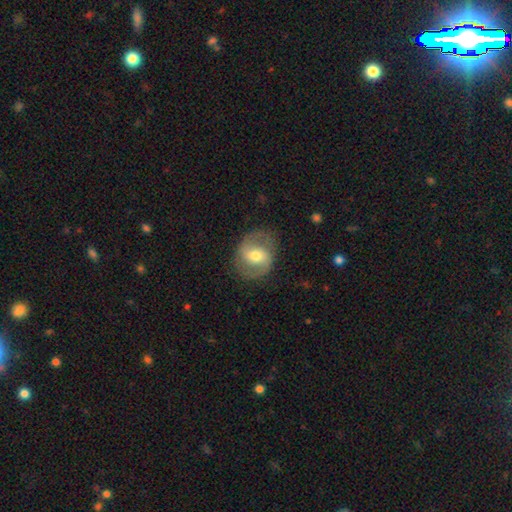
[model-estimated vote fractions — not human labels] A featured or disk galaxy (65%) with a weak bar (45%), 2 (88%) medium (49%) spiral arms (81%) and a moderate central bulge (64%). Merging: none (78%).